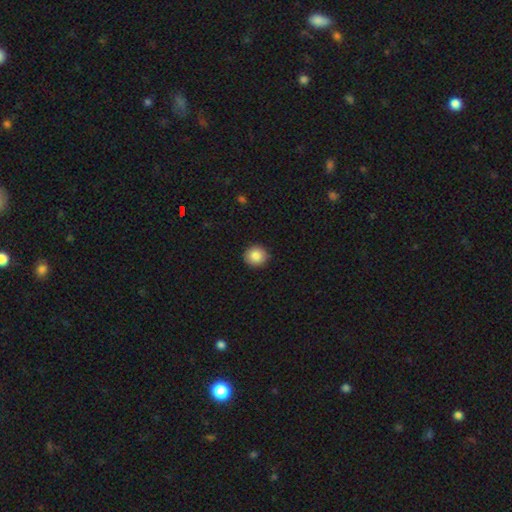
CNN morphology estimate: type=smooth (85%); roundness=round (89%); merging=none (91%).